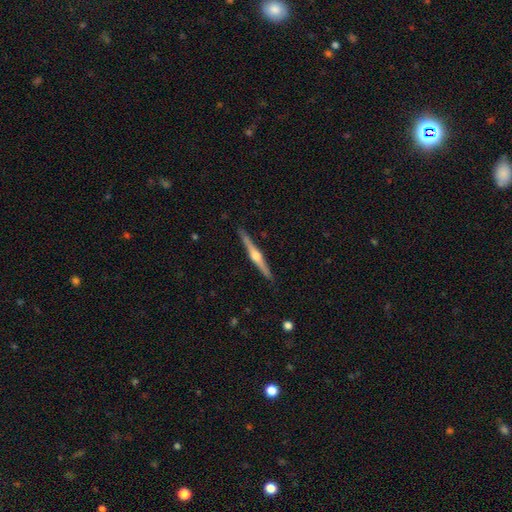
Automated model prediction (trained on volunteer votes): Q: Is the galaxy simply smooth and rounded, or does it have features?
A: featured or disk — 81%.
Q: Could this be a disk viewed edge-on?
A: yes — 99%.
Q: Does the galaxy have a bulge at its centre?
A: rounded — 93%.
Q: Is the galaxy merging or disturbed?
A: none — 91%.